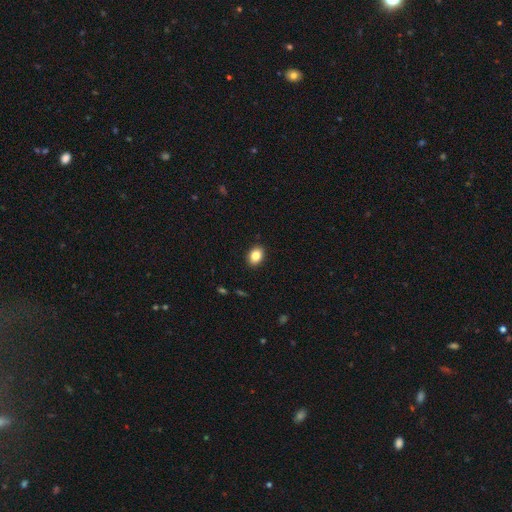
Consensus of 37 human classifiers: Smooth or featured?
  - smooth: 89% *
  - featured or disk: 5%
  - star or artifact: 5%
How rounded?
  - in between: 61% *
  - round: 39%
  - cigar-shaped: 0%
Merging?
  - none: 77% *
  - minor disturbance: 20%
  - merger: 3%
  - major disturbance: 0%